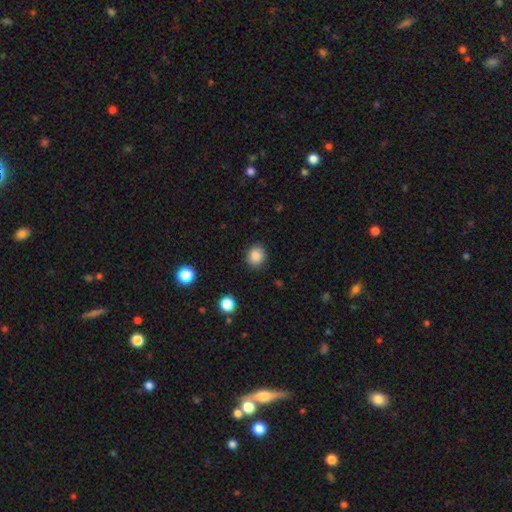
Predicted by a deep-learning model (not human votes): Smooth or featured: smooth — 86% (star or artifact — 10%)
How rounded: round — 82% (in between — 17%)
Merging: none — 87% (minor disturbance — 9%)